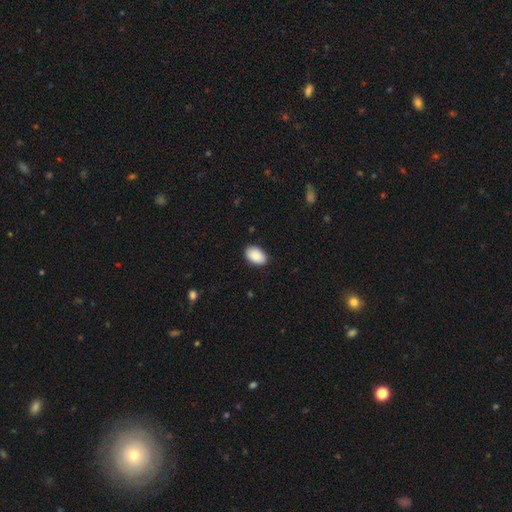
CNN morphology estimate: type=smooth (90%); roundness=in between (91%); merging=none (87%).